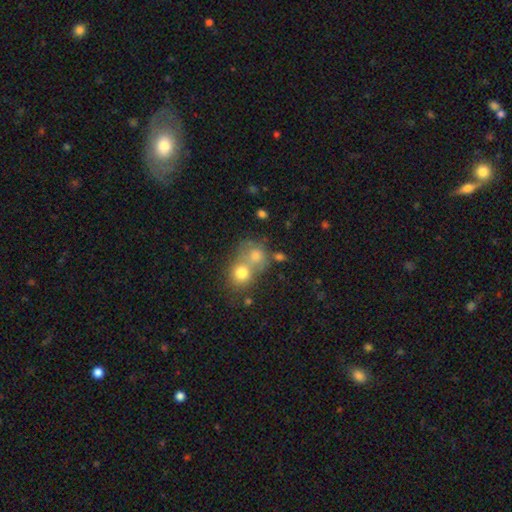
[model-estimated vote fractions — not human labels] Smooth or featured?
  - smooth: 70% *
  - featured or disk: 19%
  - star or artifact: 12%
How rounded?
  - round: 68% *
  - in between: 31%
  - cigar-shaped: 1%
Merging?
  - merger: 61% *
  - none: 26%
  - minor disturbance: 8%
  - major disturbance: 5%